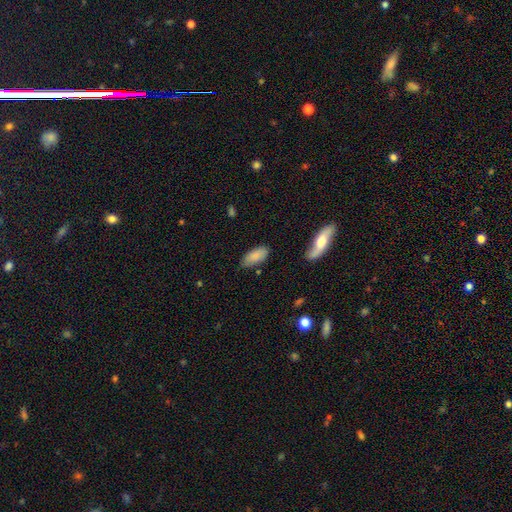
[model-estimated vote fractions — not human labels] smooth-or-featured: smooth: 83% | featured or disk: 10% | star or artifact: 7%
  how-rounded: in between: 89% | cigar-shaped: 9% | round: 2%
  merging: none: 78% | minor disturbance: 16% | major disturbance: 3% | merger: 2%